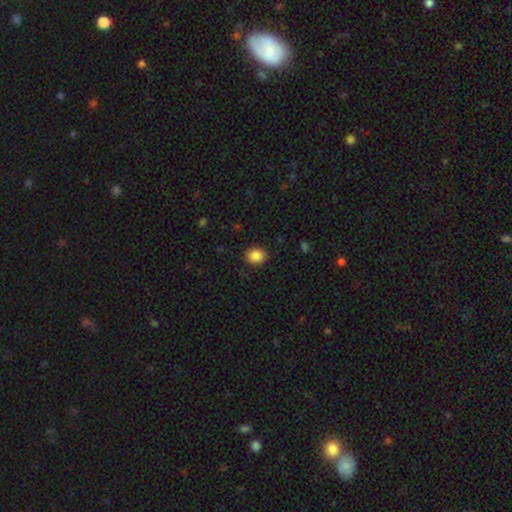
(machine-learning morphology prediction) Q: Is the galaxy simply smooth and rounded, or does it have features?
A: smooth — 88%.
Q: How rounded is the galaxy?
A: round — 53%.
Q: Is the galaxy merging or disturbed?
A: none — 89%.